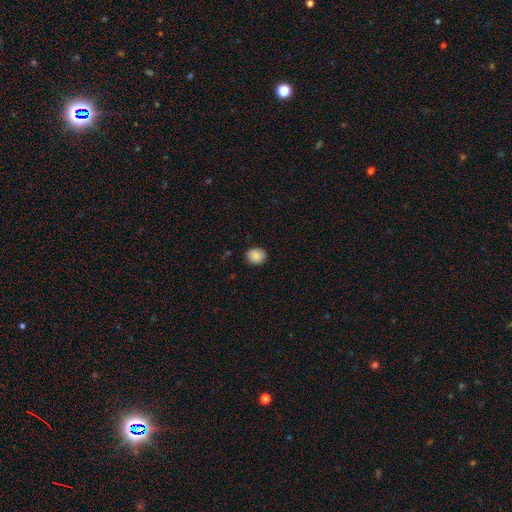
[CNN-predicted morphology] The model was most divided on "how rounded": round: 72%, in between: 27%, cigar-shaped: 1%. More confident: smooth or featured — smooth (88%); merging — none (86%).